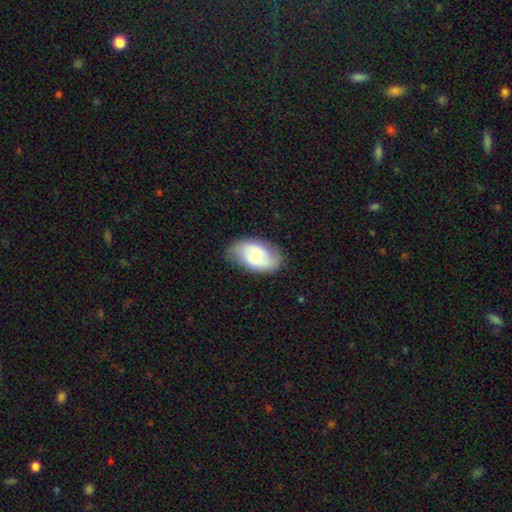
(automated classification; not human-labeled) The model was most divided on "smooth or featured": smooth: 55%, featured or disk: 38%, star or artifact: 7%. More confident: how rounded — in between (93%); merging — none (77%).